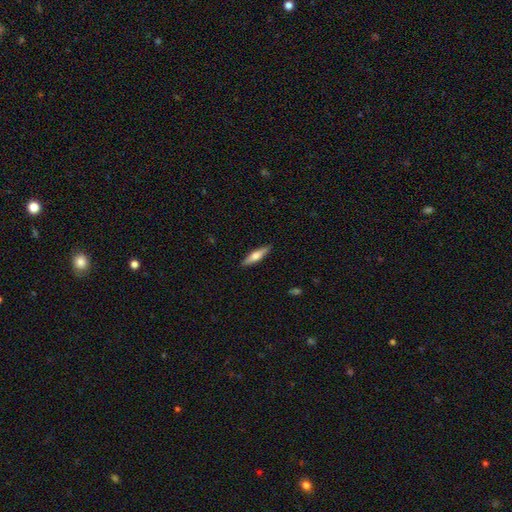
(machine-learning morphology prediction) A smooth galaxy with no disk features (55%) that is cigar-shaped (75%). Merging: none (90%).